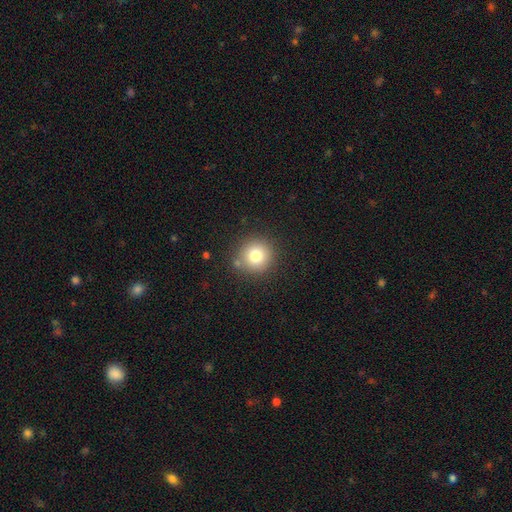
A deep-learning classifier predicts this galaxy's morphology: Smooth or featured? Predicted: smooth (p=0.79). How rounded? Predicted: round (p=0.93). Merging? Predicted: none (p=0.83).